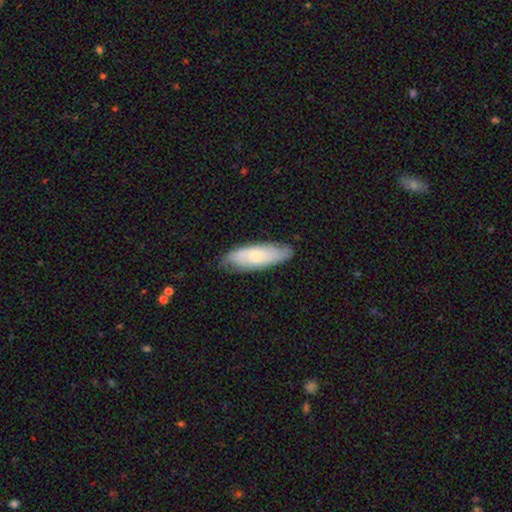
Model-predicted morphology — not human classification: This is possibly a smooth galaxy (58%). How rounded: likely in between (61%). Merging: likely none (80%).